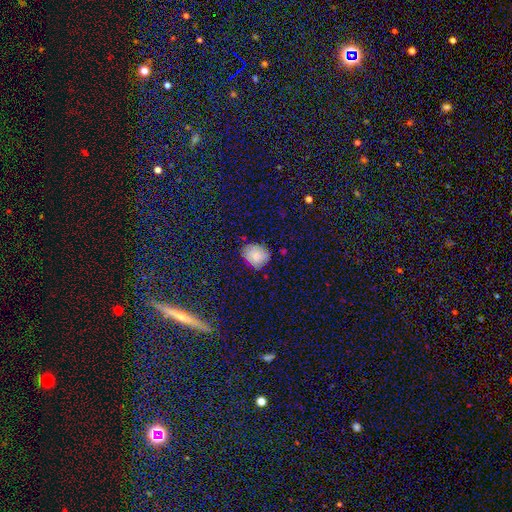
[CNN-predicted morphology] This appears to be a smooth galaxy with no disk features (80%) that is round (52%). Merging: none (77%).